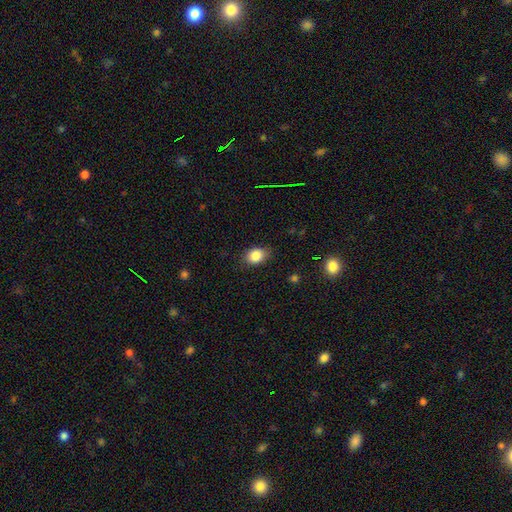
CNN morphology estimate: Smooth or featured? smooth (86%)
How rounded? in between (67%)
Merging? none (81%)